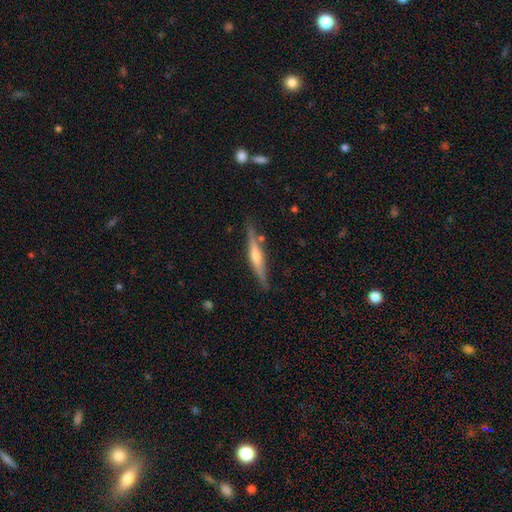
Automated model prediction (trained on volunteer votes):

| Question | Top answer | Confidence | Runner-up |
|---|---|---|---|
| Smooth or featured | featured or disk | 72% | smooth (22%) |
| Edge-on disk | yes | 97% | no (3%) |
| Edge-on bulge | rounded | 80% | boxy (11%) |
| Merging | none | 85% | minor disturbance (10%) |